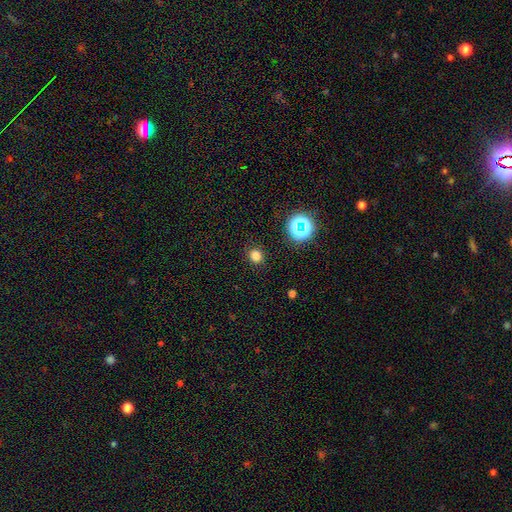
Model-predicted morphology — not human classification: A smooth galaxy with no disk features (77%) that is round (84%). Merging: none (89%).